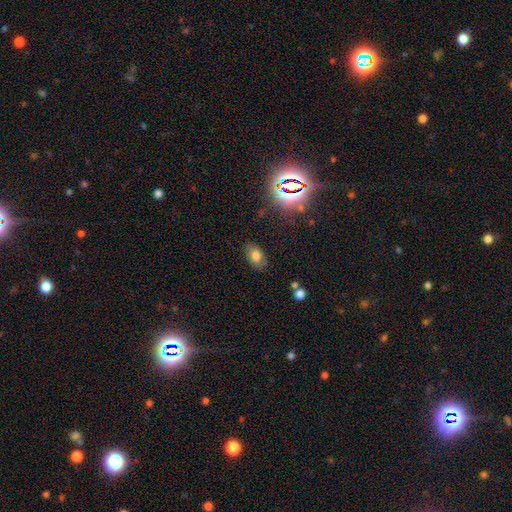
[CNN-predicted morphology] smooth-or-featured: smooth: 72% | featured or disk: 14% | star or artifact: 13%
  how-rounded: in between: 89% | round: 9% | cigar-shaped: 2%
  merging: none: 82% | minor disturbance: 13% | major disturbance: 4% | merger: 2%